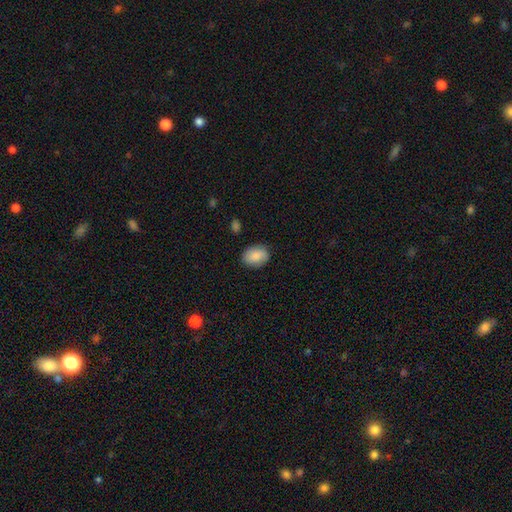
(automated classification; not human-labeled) A smooth galaxy with no disk features (86%) that is in between round and cigar-shaped (70%). Merging: none (84%).